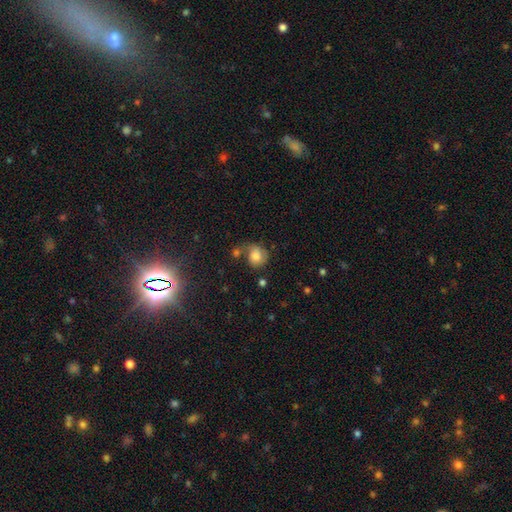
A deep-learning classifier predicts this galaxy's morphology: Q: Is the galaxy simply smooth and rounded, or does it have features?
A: smooth — 67%.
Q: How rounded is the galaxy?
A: round — 70%.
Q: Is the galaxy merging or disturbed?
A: none — 44%.